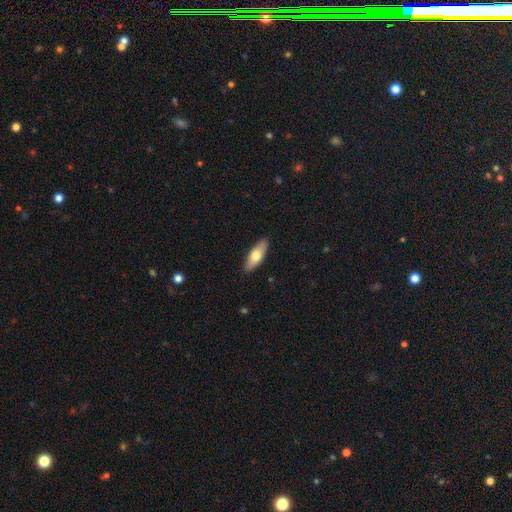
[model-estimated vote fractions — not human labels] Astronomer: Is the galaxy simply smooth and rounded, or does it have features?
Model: smooth — 69%.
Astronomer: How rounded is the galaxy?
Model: in between — 67%.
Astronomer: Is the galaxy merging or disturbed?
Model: none — 88%.